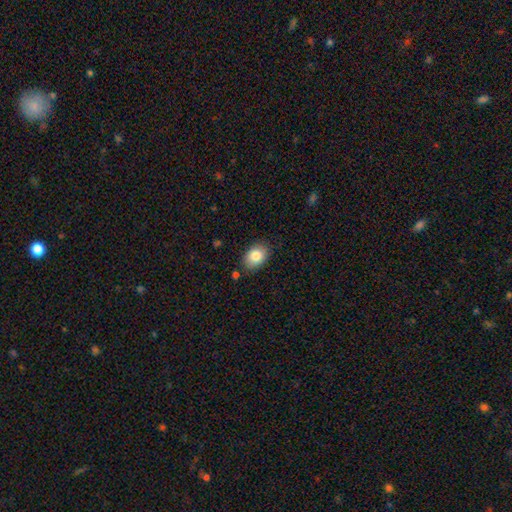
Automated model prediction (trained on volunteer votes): A smooth galaxy with no disk features (84%) that is in between round and cigar-shaped (78%).

Vote fractions:
- Smooth or featured? smooth: 84% / featured or disk: 8% / star or artifact: 7%
- How rounded? in between: 78% / round: 21% / cigar-shaped: 1%
- Merging? none: 82% / minor disturbance: 13% / major disturbance: 3% / merger: 2%